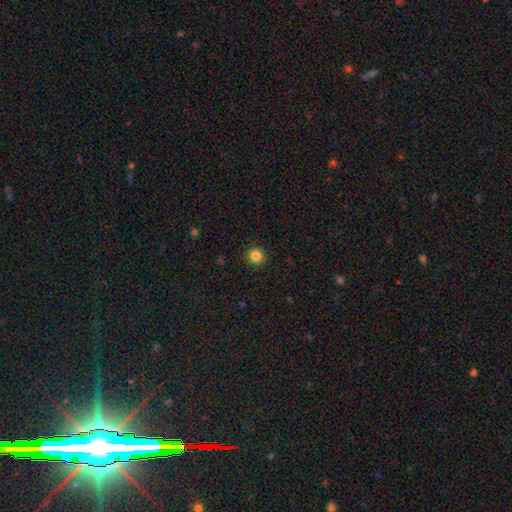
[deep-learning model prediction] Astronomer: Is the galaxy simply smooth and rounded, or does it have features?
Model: smooth — 84%.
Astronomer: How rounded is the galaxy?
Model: round — 94%.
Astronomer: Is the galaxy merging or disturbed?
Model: none — 92%.